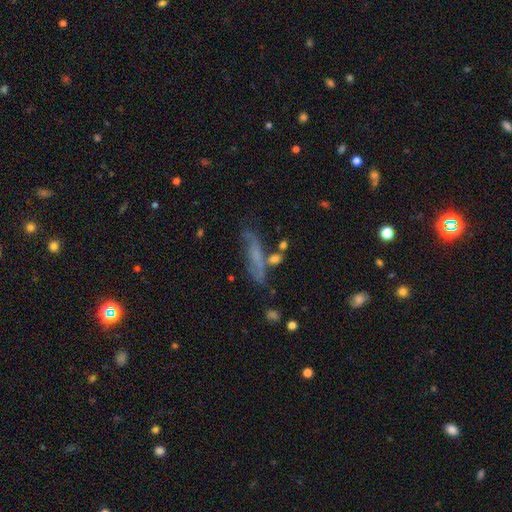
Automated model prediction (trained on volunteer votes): Smooth or featured? smooth (46%)
Merging? none (58%)